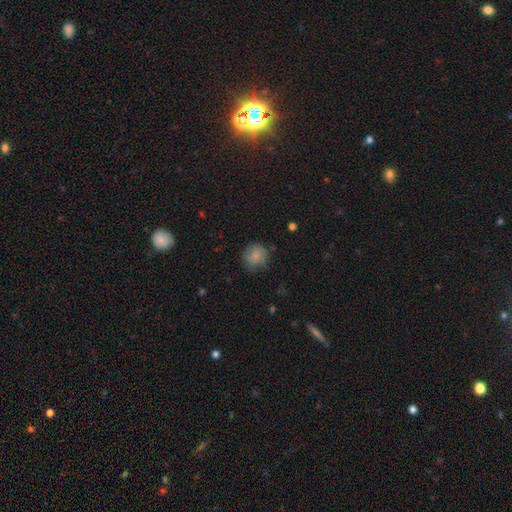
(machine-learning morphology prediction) A smooth galaxy with no disk features (83%) that is round (90%).

Vote fractions:
- Smooth or featured? smooth: 83% / featured or disk: 9% / star or artifact: 8%
- How rounded? round: 90% / in between: 9% / cigar-shaped: 1%
- Merging? none: 80% / minor disturbance: 15% / major disturbance: 4% / merger: 1%